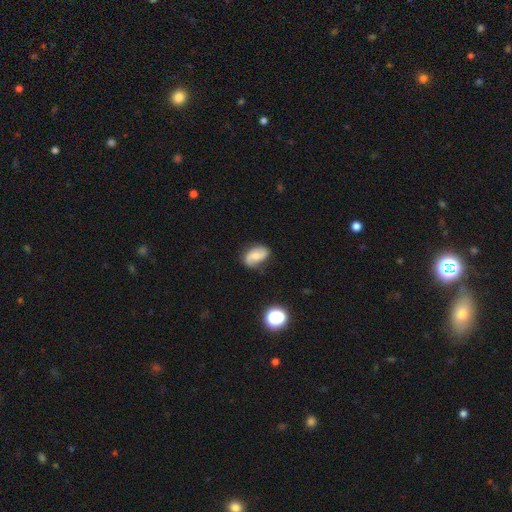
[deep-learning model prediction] Q: Smooth or featured?
A: featured or disk (53%); runner-up: smooth (38%)
Q: Edge-on disk?
A: no (96%); runner-up: yes (4%)
Q: Bar?
A: no (59%); runner-up: weak (33%)
Q: Spiral arms?
A: yes (90%); runner-up: no (10%)
Q: Bulge size?
A: small (44%); runner-up: moderate (43%)
Q: Merging?
A: none (74%); runner-up: minor disturbance (20%)